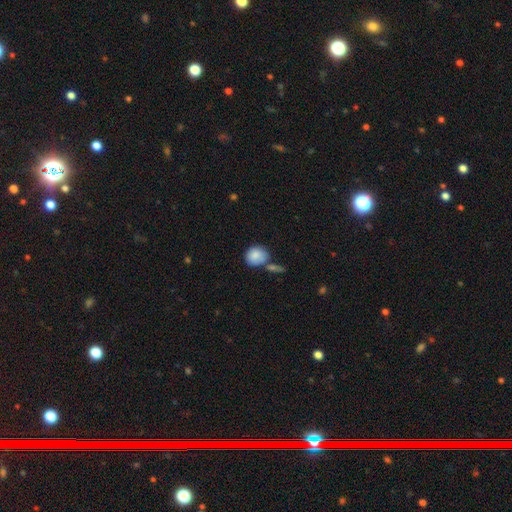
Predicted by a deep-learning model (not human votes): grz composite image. It shows a smooth galaxy with no disk features (84%) that is round (71%). Merging: none (51%).